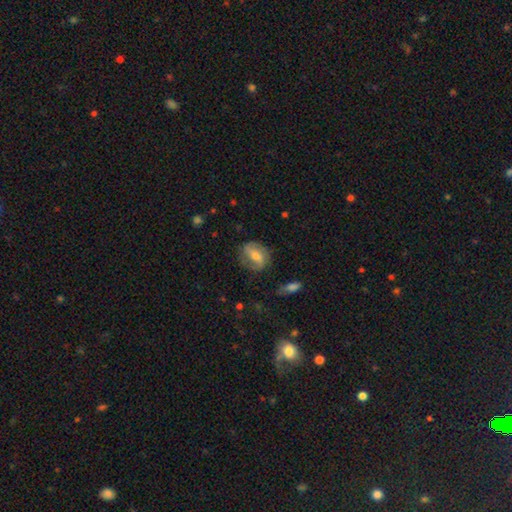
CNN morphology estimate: smooth-or-featured: featured or disk: 57% | smooth: 35% | star or artifact: 8%
  disk-edge-on: no: 94% | yes: 6%
    bar: weak: 40% | strong: 34% | no: 25%
    has-spiral-arms: yes: 80% | no: 20%
    bulge-size: moderate: 50% | small: 38% | large: 6% | none: 5% | dominant: 1%
  merging: none: 72% | minor disturbance: 18% | major disturbance: 8% | merger: 2%